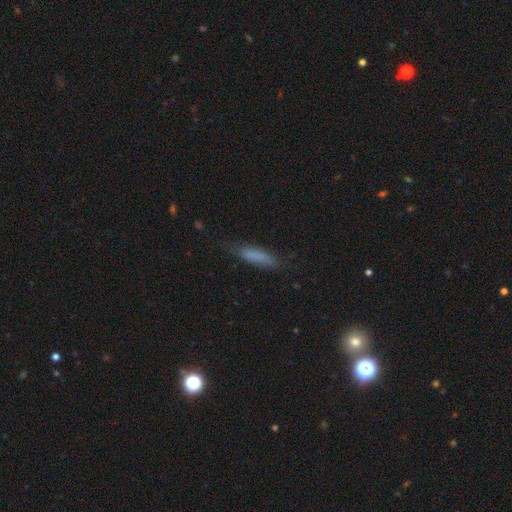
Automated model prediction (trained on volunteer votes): smooth-or-featured: smooth: 78% | featured or disk: 14% | star or artifact: 8%
  how-rounded: cigar-shaped: 72% | in between: 26% | round: 2%
  merging: none: 70% | minor disturbance: 22% | major disturbance: 6% | merger: 2%